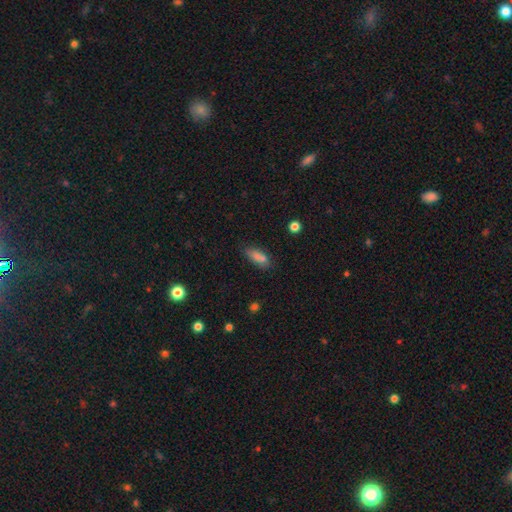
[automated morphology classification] Q: Smooth or featured?
A: smooth (78%); runner-up: star or artifact (13%)
Q: How rounded?
A: in between (68%); runner-up: cigar-shaped (28%)
Q: Merging?
A: none (72%); runner-up: minor disturbance (17%)